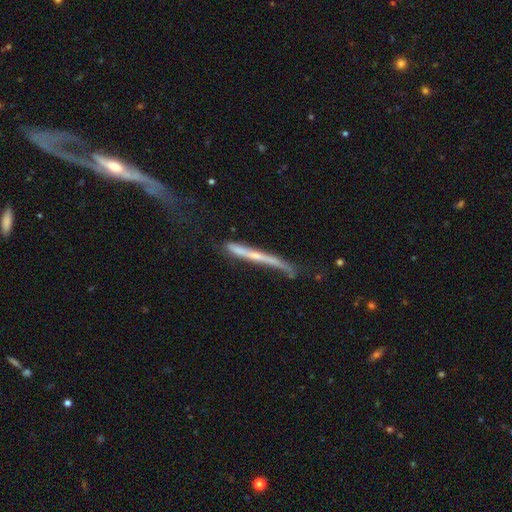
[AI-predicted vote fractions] featured or disk 65%, smooth 26%, star or artifact 9%. Down the decision tree: edge-on disk — yes (83%); edge-on bulge — none (56%); merging — none (39%).